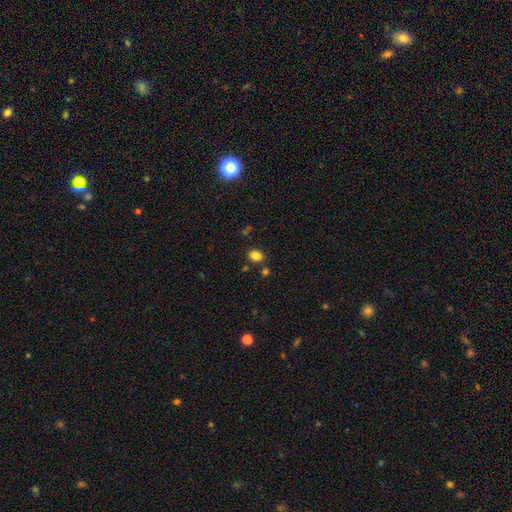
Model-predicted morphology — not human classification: Overall: smooth (83%). How rounded: in between (61%; round 38%). Merging: none (81%).